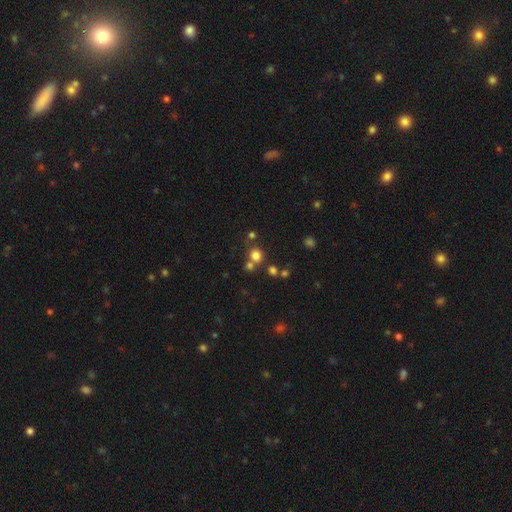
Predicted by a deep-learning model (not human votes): Smooth or featured? Predicted: smooth (p=0.75). How rounded? Predicted: round (p=0.84). Merging? Predicted: none (p=0.63).